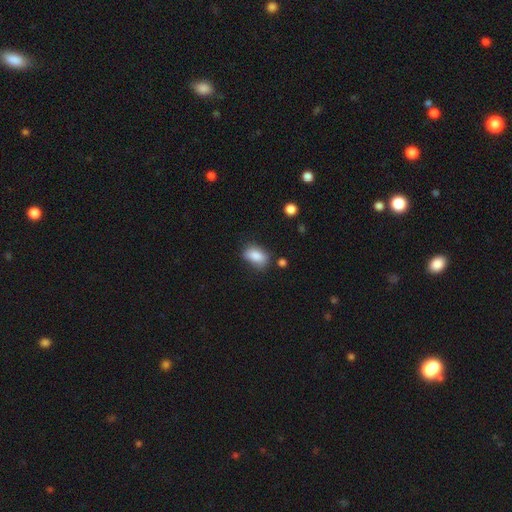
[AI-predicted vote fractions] smooth_or_featured: smooth (p=0.85) [alt: star or artifact p=0.08]
how_rounded: in between (p=0.88) [alt: round p=0.09]
merging: none (p=0.67) [alt: minor disturbance p=0.24]